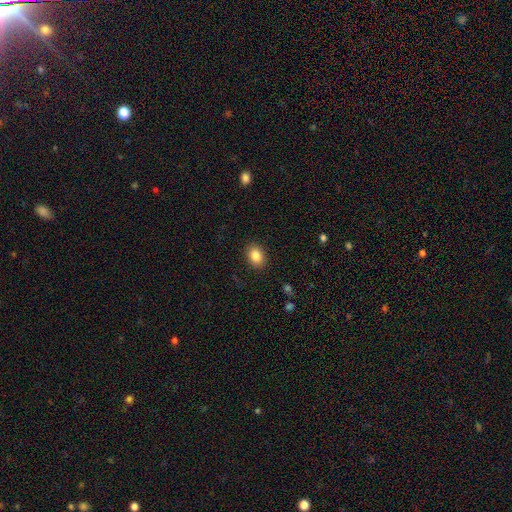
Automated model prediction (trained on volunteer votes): Smooth or featured: smooth — 86% (star or artifact — 9%)
How rounded: in between — 69% (round — 30%)
Merging: none — 88% (minor disturbance — 8%)